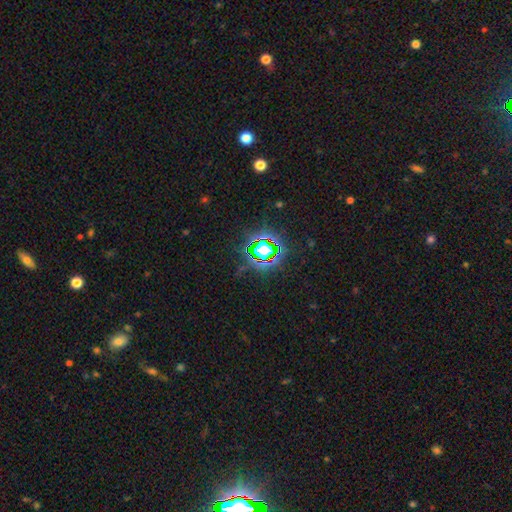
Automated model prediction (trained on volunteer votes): This appears to be a star or artifact, not a galaxy (78%).